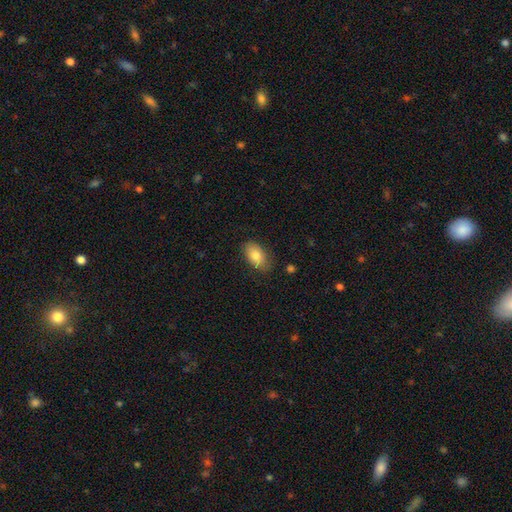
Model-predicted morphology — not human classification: Smooth or featured? Predicted: smooth (p=0.81). How rounded? Predicted: in between (p=0.92). Merging? Predicted: none (p=0.79).